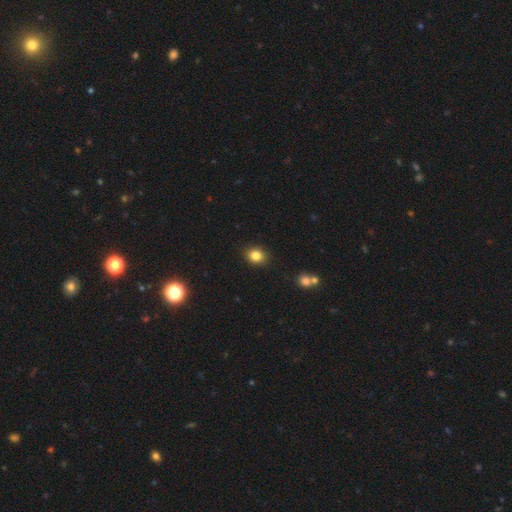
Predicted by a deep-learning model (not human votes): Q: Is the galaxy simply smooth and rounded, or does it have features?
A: smooth — 83%.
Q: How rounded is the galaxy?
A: round — 63%.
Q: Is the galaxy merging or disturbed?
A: none — 88%.